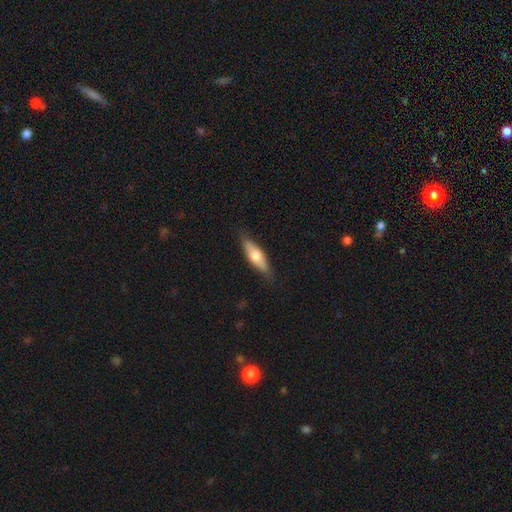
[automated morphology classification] A smooth galaxy with no disk features (63%) that is cigar-shaped (49%, tied with in between).

Vote fractions:
- Smooth or featured? smooth: 63% / featured or disk: 32% / star or artifact: 5%
- How rounded? cigar-shaped: 49% (tied) / in between: 49% (tied) / round: 2%
- Merging? none: 83% / minor disturbance: 14% / major disturbance: 3% / merger: 1%